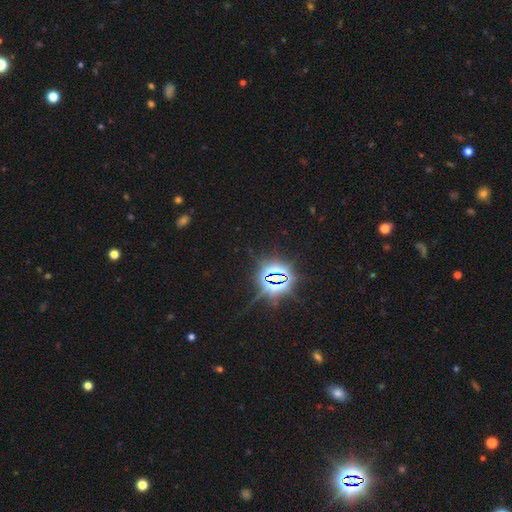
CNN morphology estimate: star or artifact 83%, smooth 10%, featured or disk 7%.